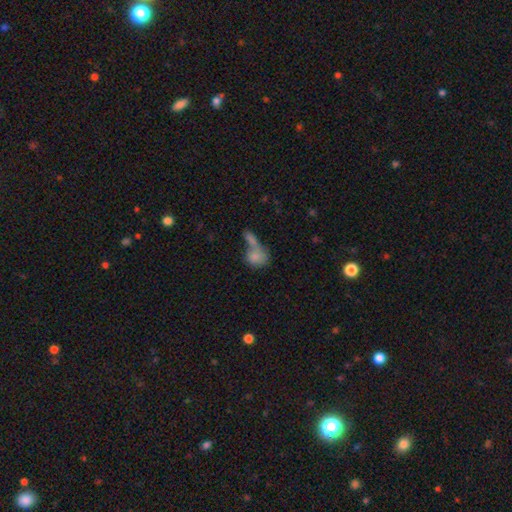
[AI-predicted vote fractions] Morphology: type=smooth (79%); roundness=round (56%); merging=merger (54%).